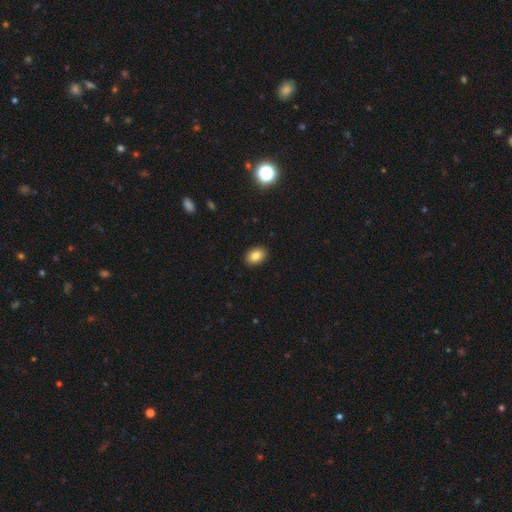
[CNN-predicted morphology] Smooth or featured? smooth (84%)
How rounded? in between (77%)
Merging? none (90%)